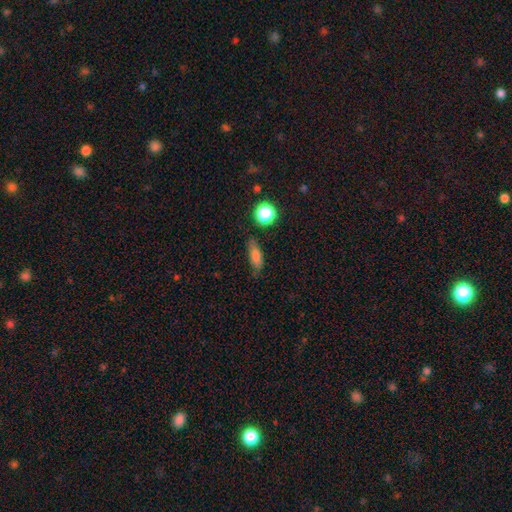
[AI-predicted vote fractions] smooth-or-featured: smooth: 77% | featured or disk: 12% | star or artifact: 11%
  how-rounded: in between: 63% | cigar-shaped: 30% | round: 7%
  merging: none: 75% | minor disturbance: 18% | major disturbance: 4% | merger: 3%